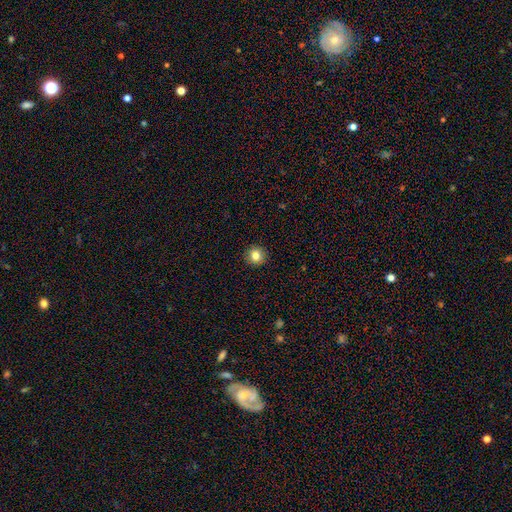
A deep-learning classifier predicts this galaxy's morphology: Q: Smooth or featured?
A: smooth (82%); runner-up: star or artifact (11%)
Q: How rounded?
A: round (94%); runner-up: in between (5%)
Q: Merging?
A: none (93%); runner-up: minor disturbance (4%)